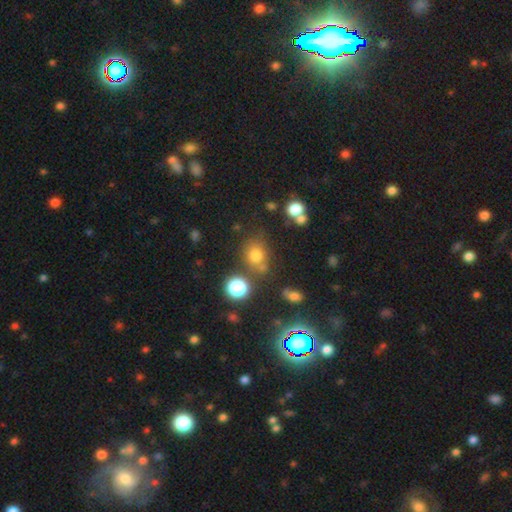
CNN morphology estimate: The model was most divided on "how rounded": round: 66%, in between: 33%, cigar-shaped: 1%. More confident: merging — none (68%); smooth or featured — smooth (68%).